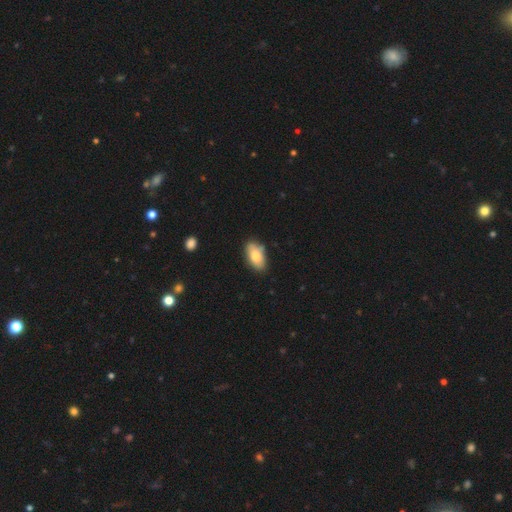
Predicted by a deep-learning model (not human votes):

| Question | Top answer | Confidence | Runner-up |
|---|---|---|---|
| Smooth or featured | smooth | 79% | featured or disk (14%) |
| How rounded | in between | 93% | round (4%) |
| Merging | none | 76% | minor disturbance (18%) |